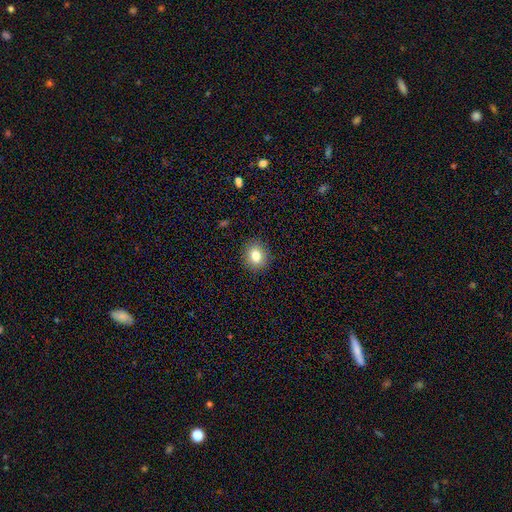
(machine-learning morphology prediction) type=smooth (82%); roundness=round (70%); merging=none (90%).